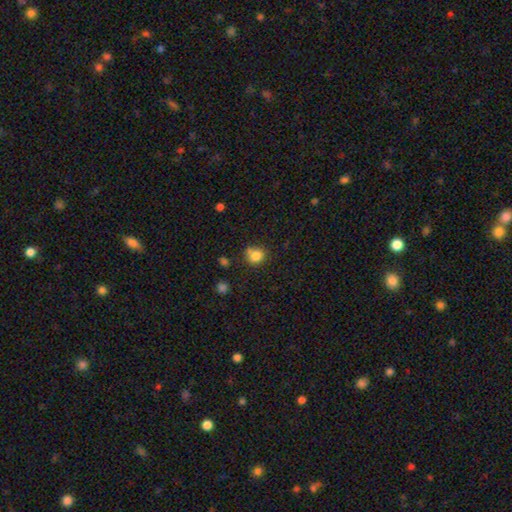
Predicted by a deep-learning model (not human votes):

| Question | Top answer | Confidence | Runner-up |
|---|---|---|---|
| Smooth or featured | smooth | 81% | star or artifact (12%) |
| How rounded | round | 78% | in between (21%) |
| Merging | none | 59% | minor disturbance (19%) |